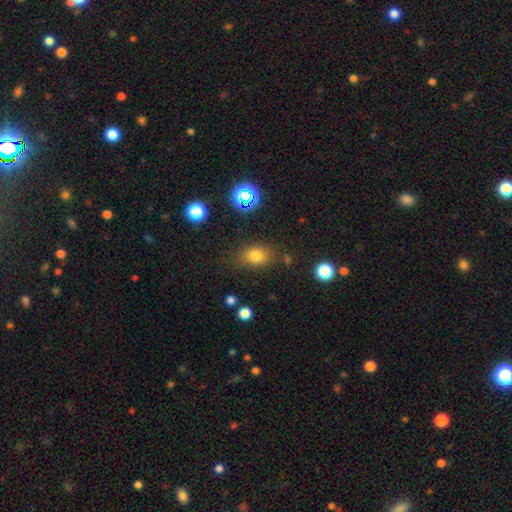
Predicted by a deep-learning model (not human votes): Smooth or featured? smooth (76%)
How rounded? in between (70%)
Merging? none (79%)